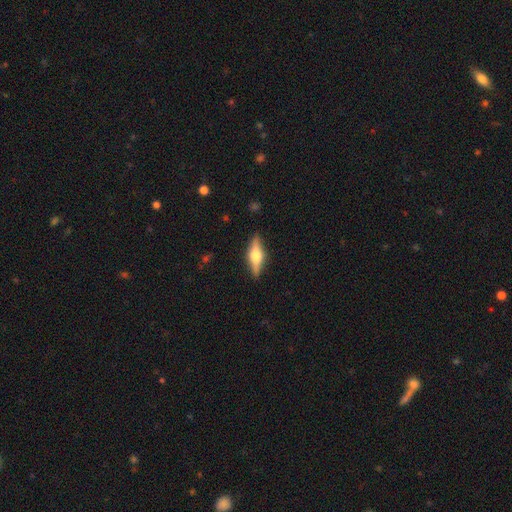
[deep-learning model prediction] featured or disk 56%, smooth 37%, star or artifact 6%. Down the decision tree: edge-on disk — yes (94%); edge-on bulge — rounded (92%); merging — none (87%).